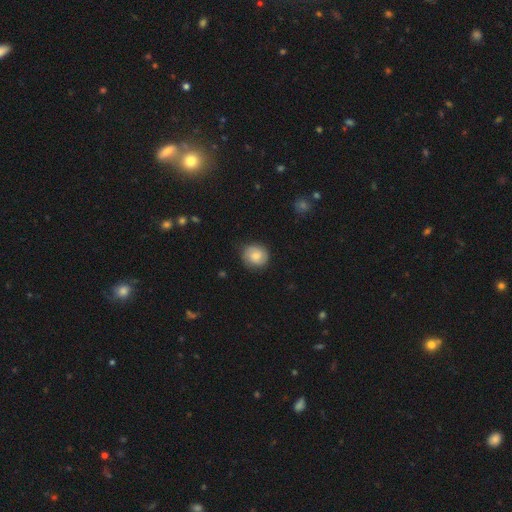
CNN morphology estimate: This appears to be a smooth galaxy with no disk features (63%) that is round (82%). Merging: none (80%).